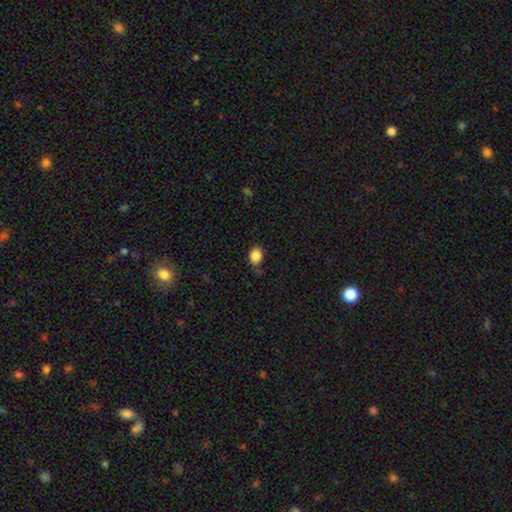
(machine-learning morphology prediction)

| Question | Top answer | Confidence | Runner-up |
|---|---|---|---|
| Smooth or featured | smooth | 86% | star or artifact (10%) |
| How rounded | round | 53% | in between (46%) |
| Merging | none | 78% | minor disturbance (16%) |